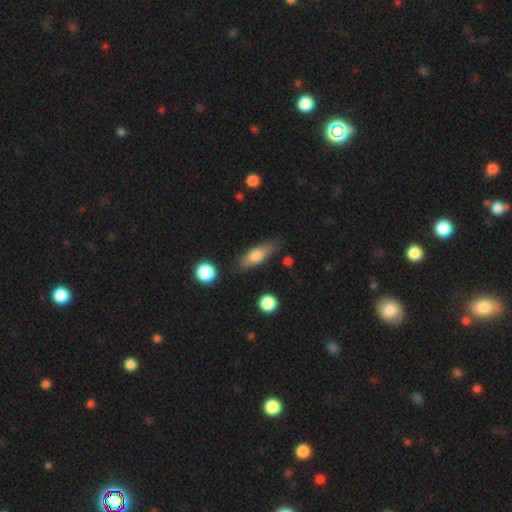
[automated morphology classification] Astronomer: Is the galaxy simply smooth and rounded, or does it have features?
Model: smooth — 67%.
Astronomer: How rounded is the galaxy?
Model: in between — 59% (runner-up: cigar-shaped, 37%).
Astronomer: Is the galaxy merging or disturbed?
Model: none — 77%.